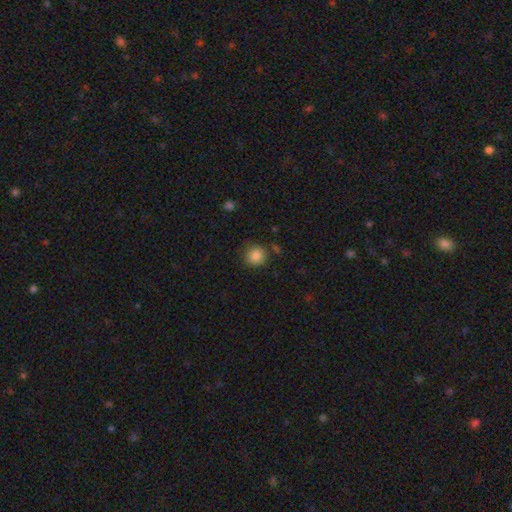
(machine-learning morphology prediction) A smooth galaxy with no disk features (86%) that is round (90%). Merging: none (83%).